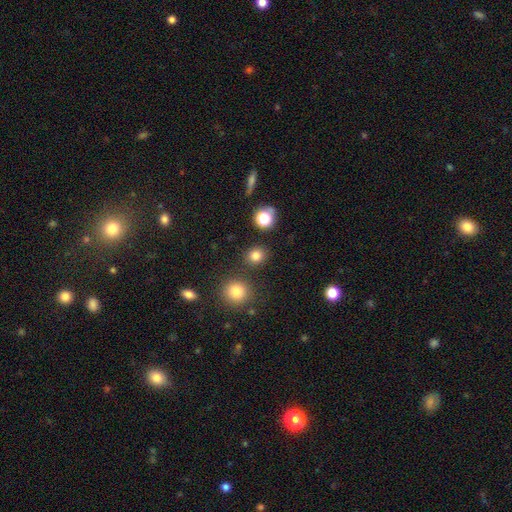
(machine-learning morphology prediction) Q: Smooth or featured?
A: smooth (80%); runner-up: star or artifact (15%)
Q: How rounded?
A: round (78%); runner-up: in between (21%)
Q: Merging?
A: none (85%); runner-up: minor disturbance (7%)